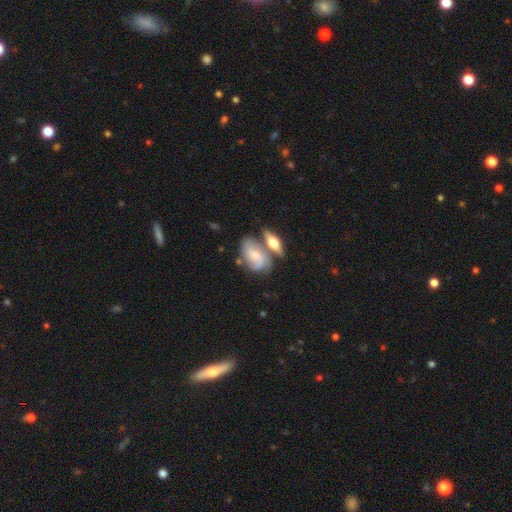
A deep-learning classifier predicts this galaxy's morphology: Smooth or featured? featured or disk (61%)
Edge-on disk? no (89%)
Bar? no (60%)
Spiral arms? yes (85%)
Bulge size? small (53%)
Merging? none (40%)